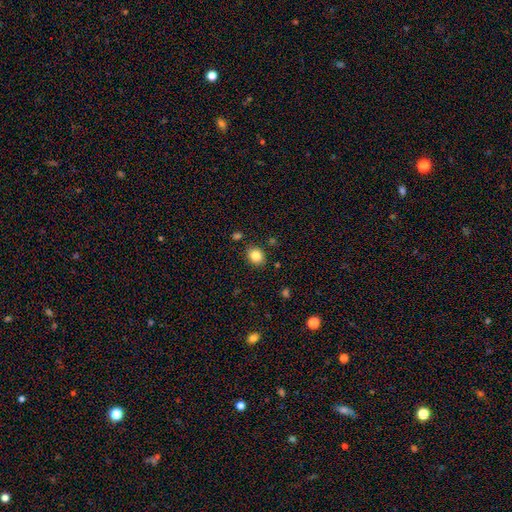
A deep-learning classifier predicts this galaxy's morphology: smooth_or_featured: smooth (p=0.85) [alt: star or artifact p=0.10]
how_rounded: round (p=0.60) [alt: in between p=0.40]
merging: none (p=0.85) [alt: minor disturbance p=0.10]